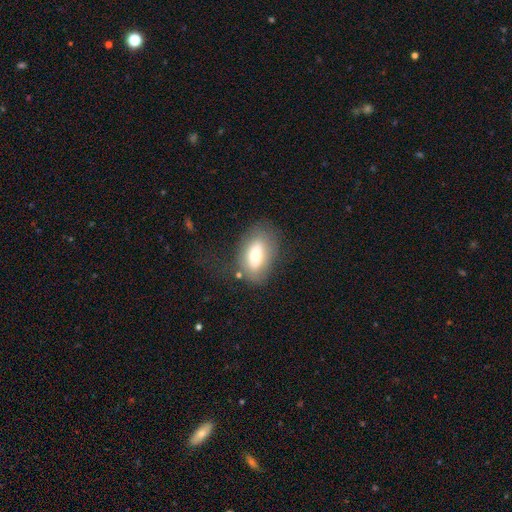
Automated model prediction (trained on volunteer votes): Q: Smooth or featured?
A: smooth (72%); runner-up: featured or disk (20%)
Q: How rounded?
A: in between (89%); runner-up: round (7%)
Q: Merging?
A: none (64%); runner-up: minor disturbance (20%)